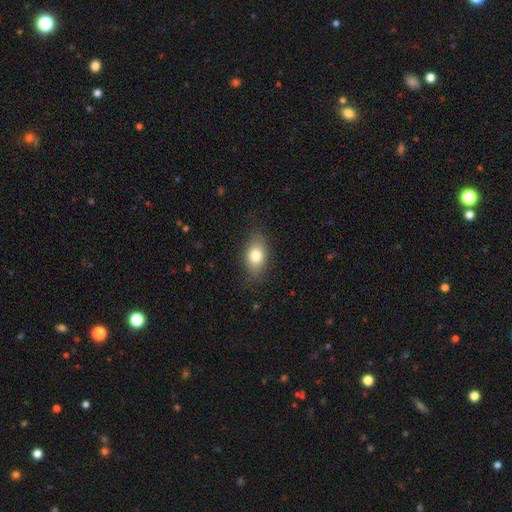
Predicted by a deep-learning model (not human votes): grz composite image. It shows a smooth galaxy with no disk features (76%) that is in between round and cigar-shaped (83%). Merging: none (81%).